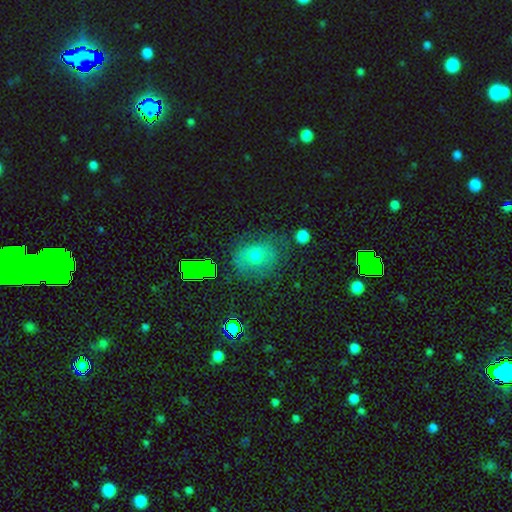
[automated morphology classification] type=smooth (59%); roundness=round (61%); merging=none (65%).